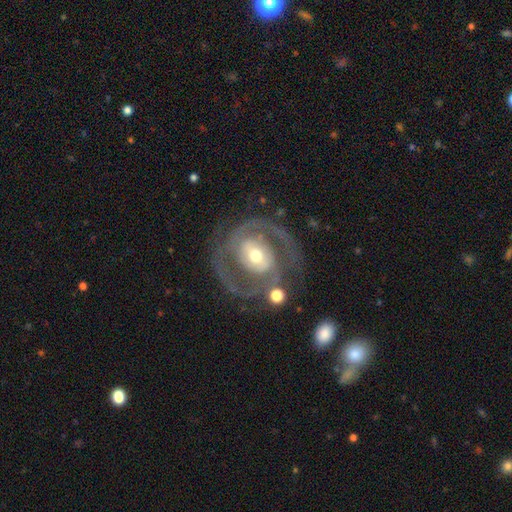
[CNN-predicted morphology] Smooth or featured? Predicted: featured or disk (p=0.82). Edge-on disk? Predicted: no (p=0.97). Bar? Predicted: no (p=0.43). Spiral arms? Predicted: yes (p=0.81). Spiral winding? Predicted: tight (p=0.44). Spiral arm count? Predicted: 2 (p=0.72). Bulge size? Predicted: moderate (p=0.62). Merging? Predicted: none (p=0.68).